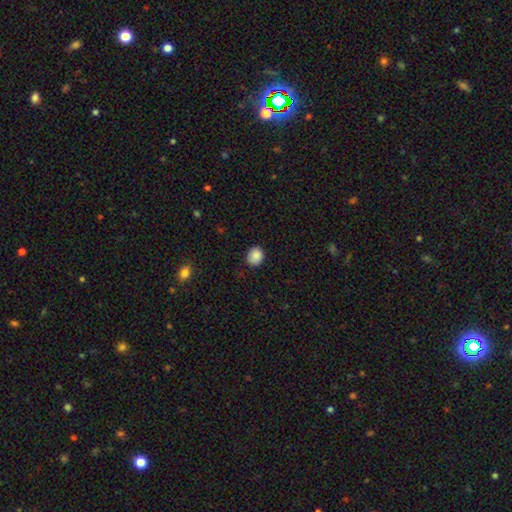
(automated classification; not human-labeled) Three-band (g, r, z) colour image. It shows a smooth galaxy with no disk features (87%) that is round (74%). Merging: none (84%).